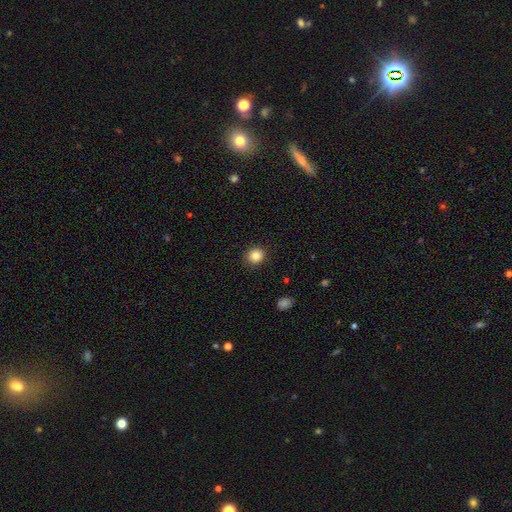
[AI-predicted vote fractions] This appears to be a smooth galaxy with no disk features (85%) that is round (85%). Merging: none (90%).